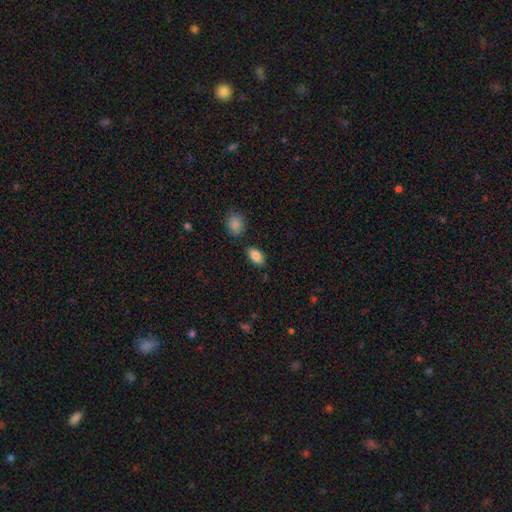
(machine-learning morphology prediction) Smooth or featured?
  - smooth: 86% *
  - star or artifact: 8%
  - featured or disk: 7%
How rounded?
  - in between: 91% *
  - round: 6%
  - cigar-shaped: 3%
Merging?
  - none: 80% *
  - minor disturbance: 13%
  - merger: 4%
  - major disturbance: 3%